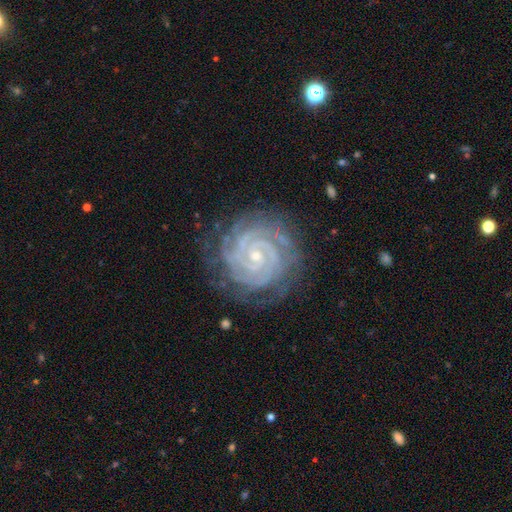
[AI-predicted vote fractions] This appears to be a featured or disk galaxy (92%) with no bar (63%), 2 (27%) tight (87%) spiral arms (99%) and a small central bulge (76%). Merging: none (81%).